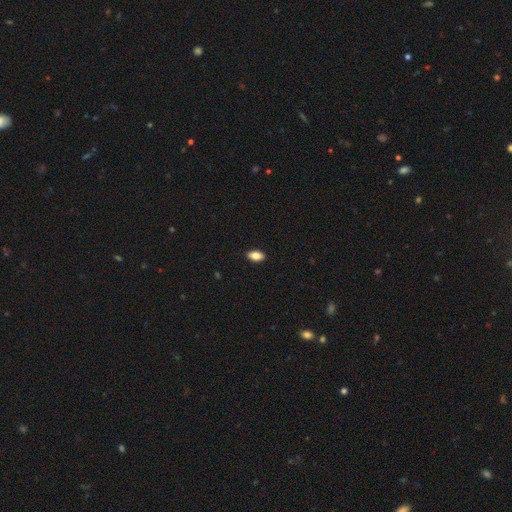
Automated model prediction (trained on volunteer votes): A smooth galaxy with no disk features (85%) that is in between round and cigar-shaped (91%). Merging: none (91%).